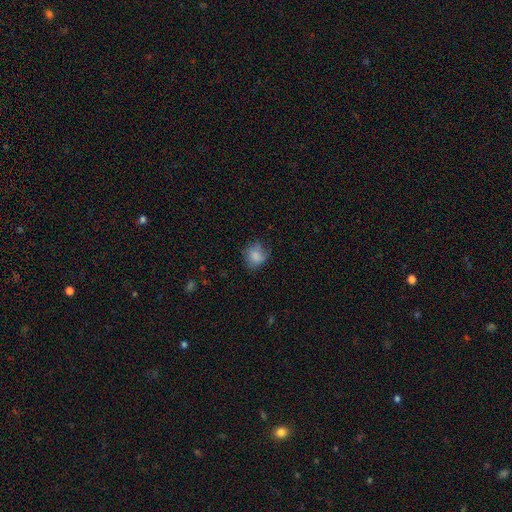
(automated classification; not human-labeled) Morphology: type=smooth (80%); roundness=round (69%); merging=none (63%).